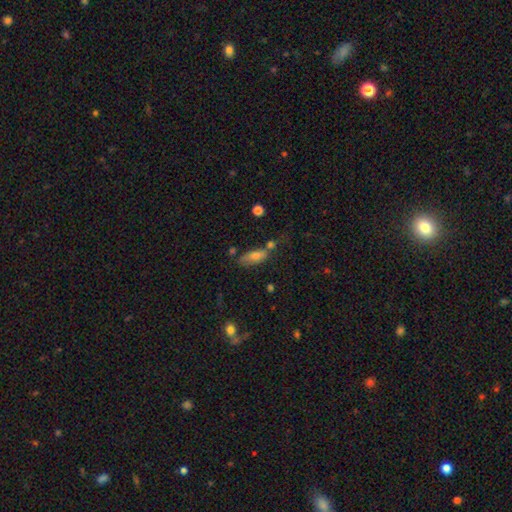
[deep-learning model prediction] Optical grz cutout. It shows a smooth galaxy with no disk features (67%) that is in between round and cigar-shaped (69%). Merging: none (49%).